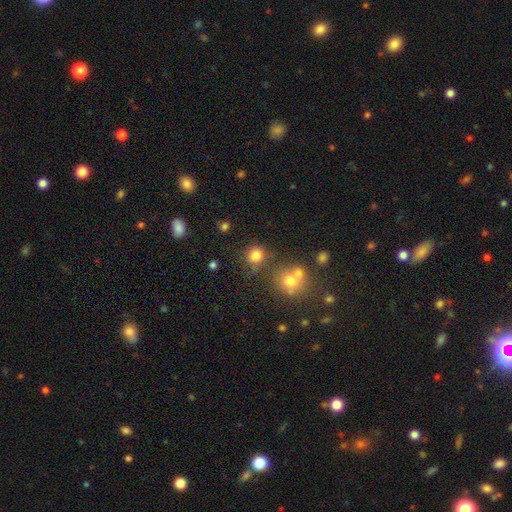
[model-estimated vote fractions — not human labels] Smooth or featured? Predicted: smooth (p=0.79). How rounded? Predicted: round (p=0.84). Merging? Predicted: none (p=0.72).